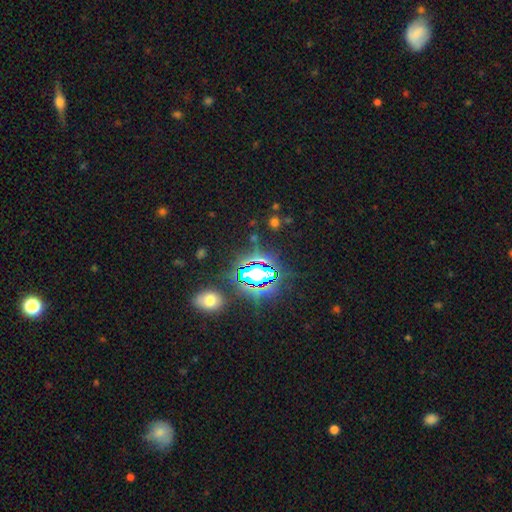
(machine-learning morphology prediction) Smooth or featured?
  - star or artifact: 80% *
  - smooth: 13%
  - featured or disk: 7%